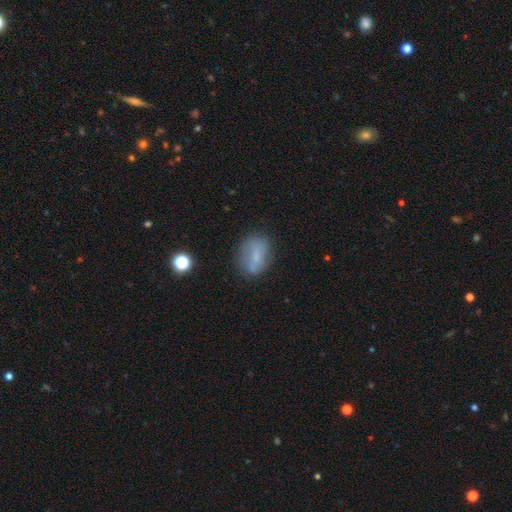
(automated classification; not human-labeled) Smooth or featured? smooth (62%)
How rounded? in between (70%)
Merging? none (68%)